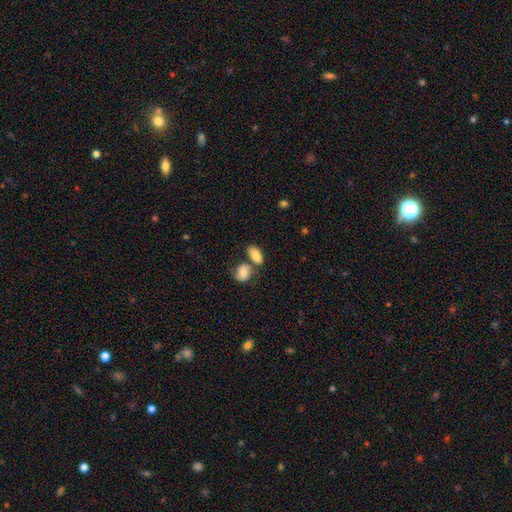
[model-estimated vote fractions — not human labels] This appears to be a smooth galaxy with no disk features (80%) that is in between round and cigar-shaped (88%). Merging: none (47%).